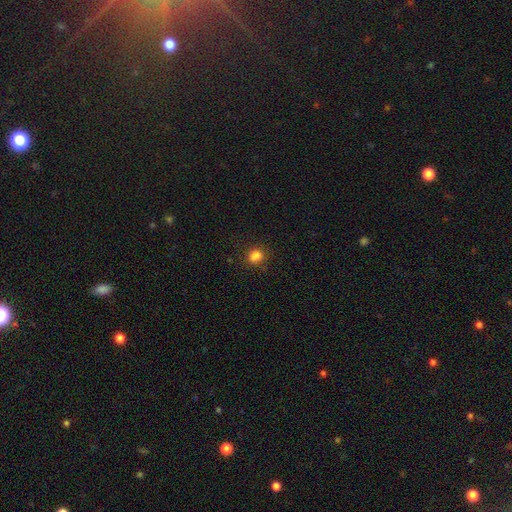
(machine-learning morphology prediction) smooth 83%, star or artifact 13%, featured or disk 4%. Down the decision tree: how rounded — round (72%); merging — none (80%).